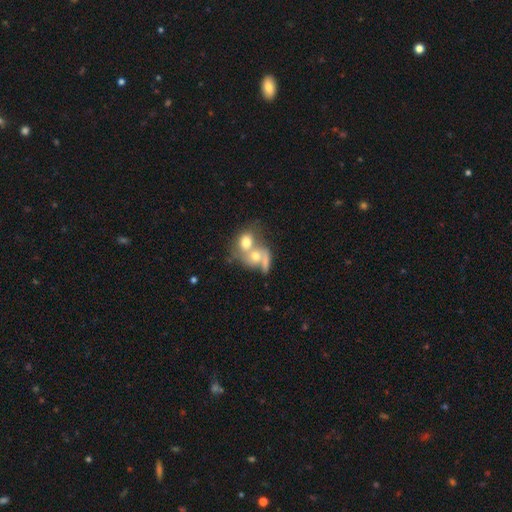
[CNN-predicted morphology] The model was most divided on "smooth or featured": smooth: 45%, featured or disk: 44%, star or artifact: 11%. More confident: merging — merger (76%).